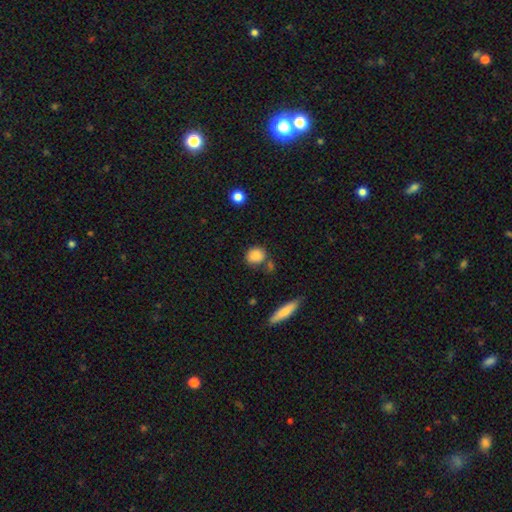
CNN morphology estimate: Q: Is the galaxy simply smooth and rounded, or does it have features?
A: smooth — 86%.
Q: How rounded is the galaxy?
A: round — 72%.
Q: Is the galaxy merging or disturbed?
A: none — 65%.